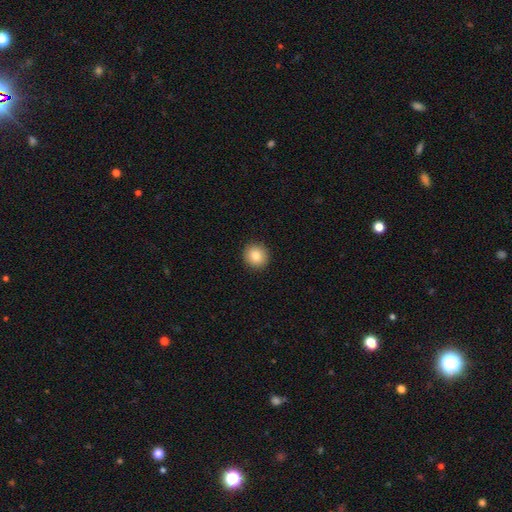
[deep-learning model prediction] A smooth galaxy with no disk features (85%) that is round (89%). Merging: none (92%).